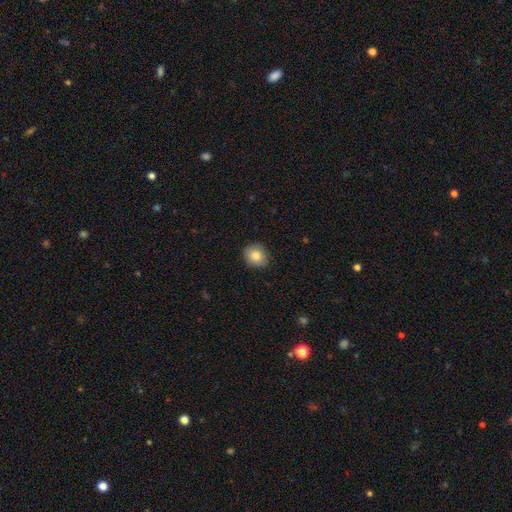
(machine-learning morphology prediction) smooth-or-featured: smooth: 84% | star or artifact: 9% | featured or disk: 8%
  how-rounded: round: 77% | in between: 22% | cigar-shaped: 1%
  merging: none: 88% | minor disturbance: 9% | major disturbance: 2% | merger: 1%